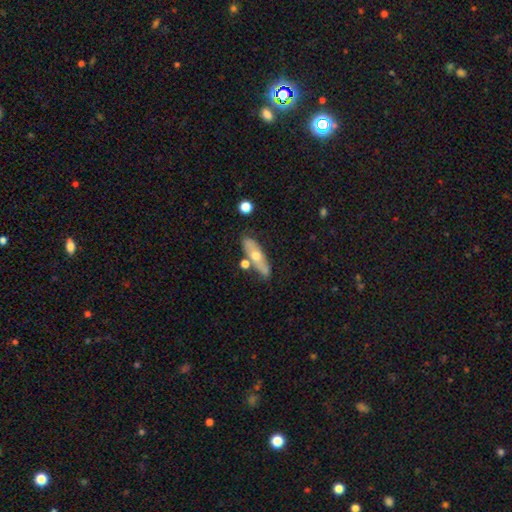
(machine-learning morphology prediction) A smooth galaxy with no disk features (48%). Merging: none (71%).